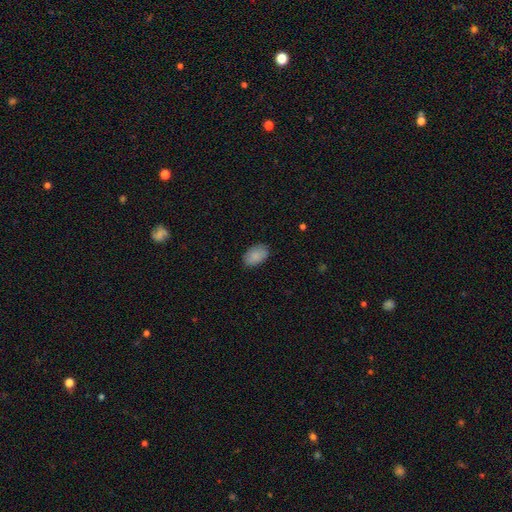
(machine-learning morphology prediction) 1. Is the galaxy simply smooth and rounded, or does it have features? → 87% smooth, 7% star or artifact, 6% featured or disk.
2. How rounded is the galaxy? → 92% in between, 7% round, 1% cigar-shaped.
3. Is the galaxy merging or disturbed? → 84% none, 12% minor disturbance, 3% major disturbance, 1% merger.